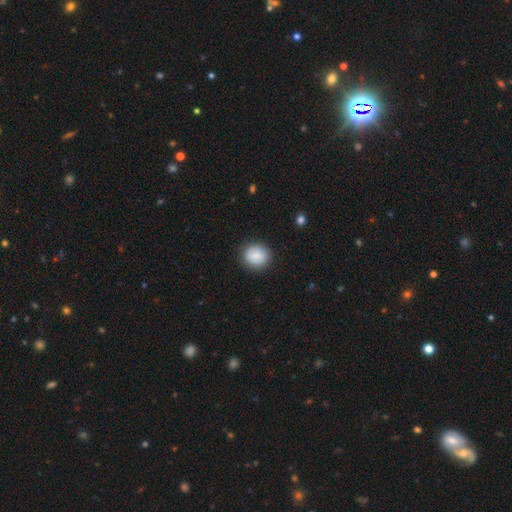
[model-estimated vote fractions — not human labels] Morphology: type=smooth (84%); roundness=round (81%); merging=none (88%).